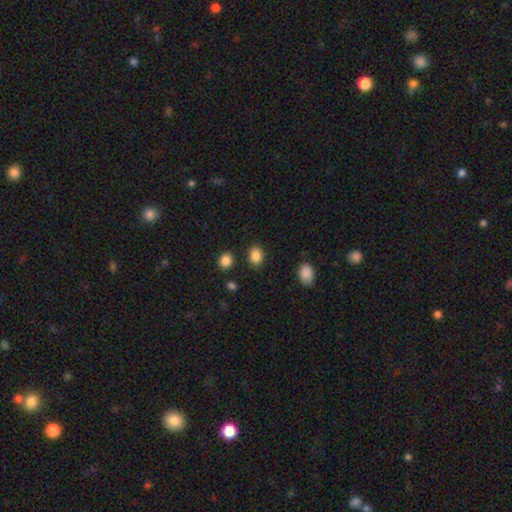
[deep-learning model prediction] Overall: smooth (87%). How rounded: in between (58%; round 41%). Merging: none (84%).